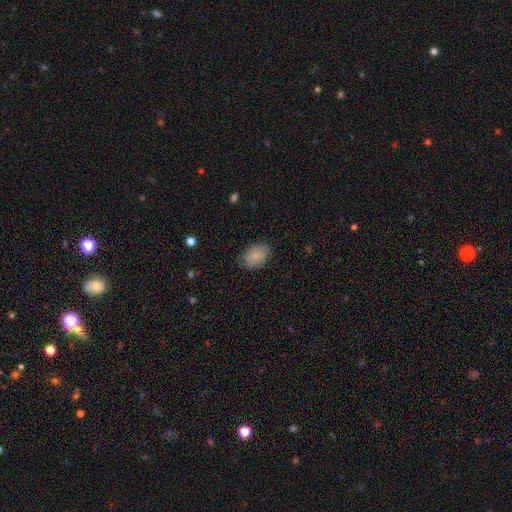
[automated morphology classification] smooth-or-featured: smooth: 86% | star or artifact: 7% | featured or disk: 7%
  how-rounded: in between: 79% | round: 20% | cigar-shaped: 1%
  merging: none: 81% | minor disturbance: 15% | major disturbance: 3% | merger: 1%